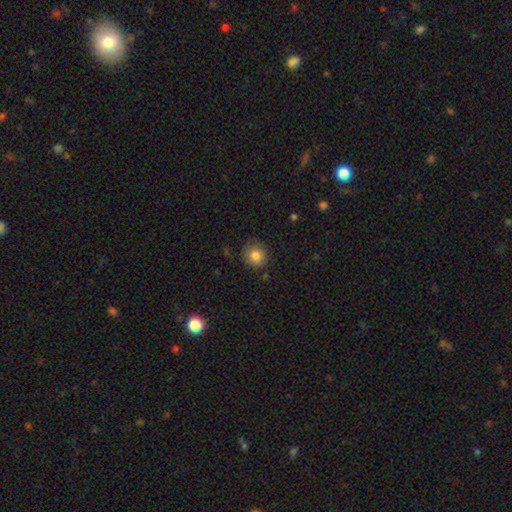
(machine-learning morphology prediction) A smooth galaxy with no disk features (84%) that is round (90%). Merging: none (85%).